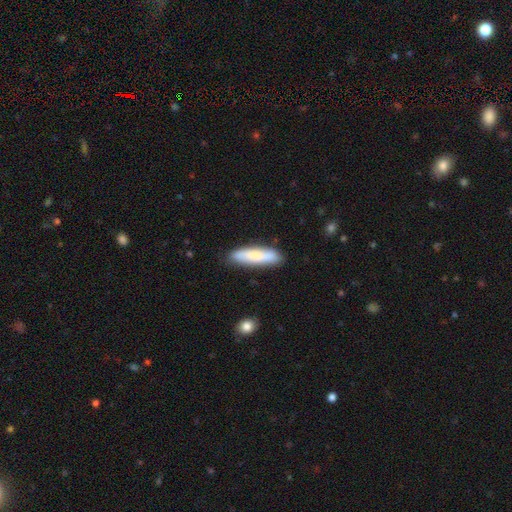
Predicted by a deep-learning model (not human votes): This is likely a smooth galaxy (76%). How rounded: likely cigar-shaped (78%). Merging: clearly none (85%).